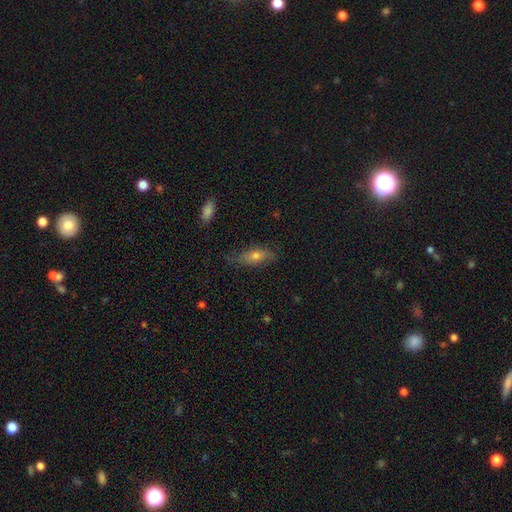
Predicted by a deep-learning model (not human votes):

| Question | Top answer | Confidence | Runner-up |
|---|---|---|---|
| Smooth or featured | smooth | 56% | featured or disk (33%) |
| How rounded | in between | 59% | cigar-shaped (36%) |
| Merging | none | 74% | minor disturbance (20%) |